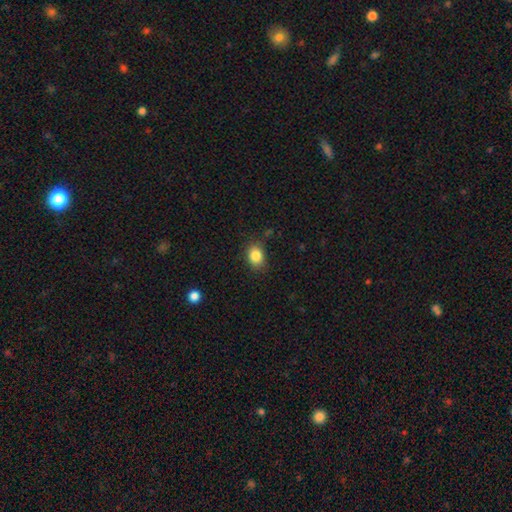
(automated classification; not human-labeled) A smooth galaxy with no disk features (85%) that is in between round and cigar-shaped (56%). Merging: none (81%).